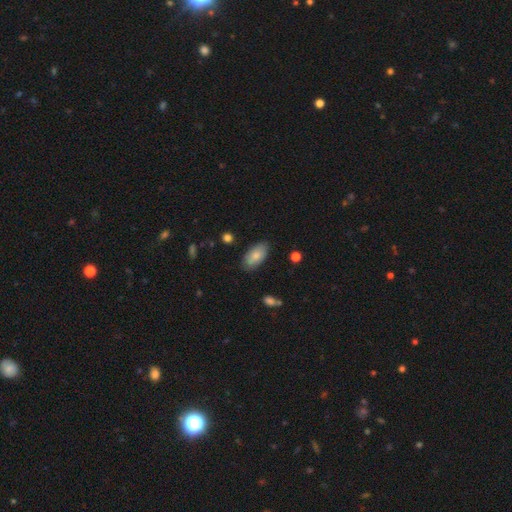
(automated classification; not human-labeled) smooth-or-featured: smooth: 79% | featured or disk: 14% | star or artifact: 6%
  how-rounded: in between: 93% | cigar-shaped: 4% | round: 3%
  merging: none: 83% | minor disturbance: 13% | major disturbance: 2% | merger: 1%